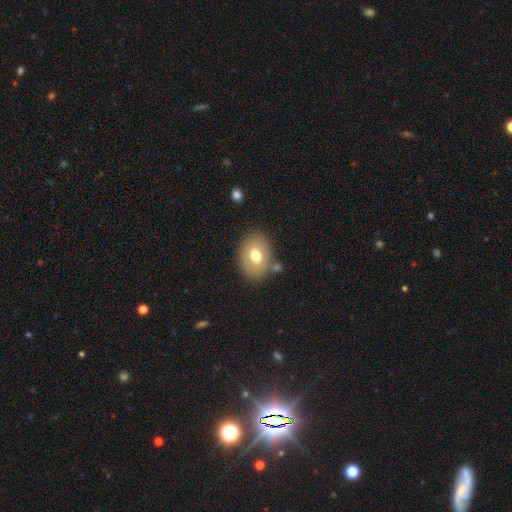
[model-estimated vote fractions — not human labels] Q: Smooth or featured?
A: smooth (69%); runner-up: featured or disk (22%)
Q: How rounded?
A: in between (68%); runner-up: round (31%)
Q: Merging?
A: none (72%); runner-up: minor disturbance (14%)